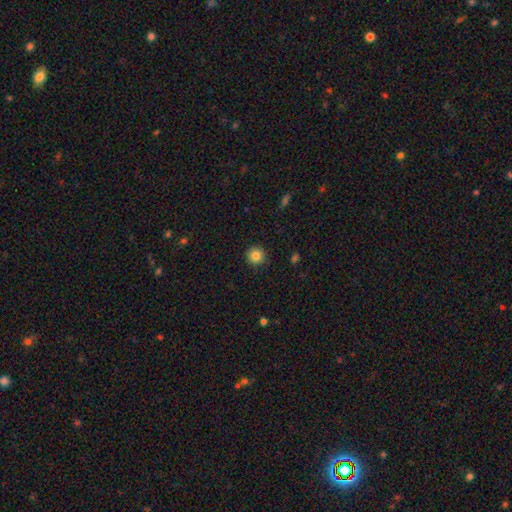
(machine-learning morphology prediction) Q: Smooth or featured?
A: smooth (84%); runner-up: star or artifact (10%)
Q: How rounded?
A: round (95%); runner-up: in between (4%)
Q: Merging?
A: none (91%); runner-up: minor disturbance (6%)